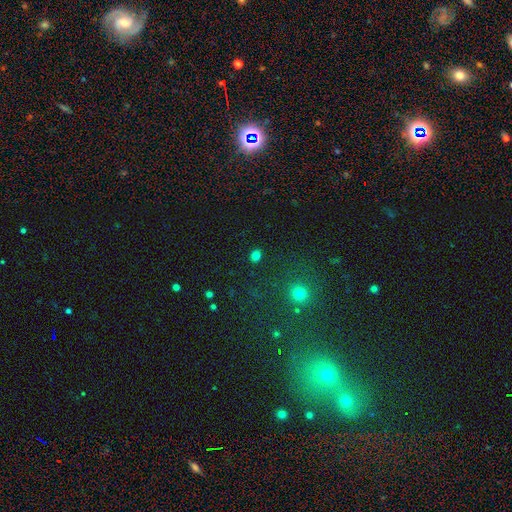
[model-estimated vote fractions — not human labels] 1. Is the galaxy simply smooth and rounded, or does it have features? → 78% smooth, 17% star or artifact, 4% featured or disk.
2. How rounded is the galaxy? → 57% round, 42% in between, 1% cigar-shaped.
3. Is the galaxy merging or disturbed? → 88% none, 8% minor disturbance, 3% major disturbance, 2% merger.